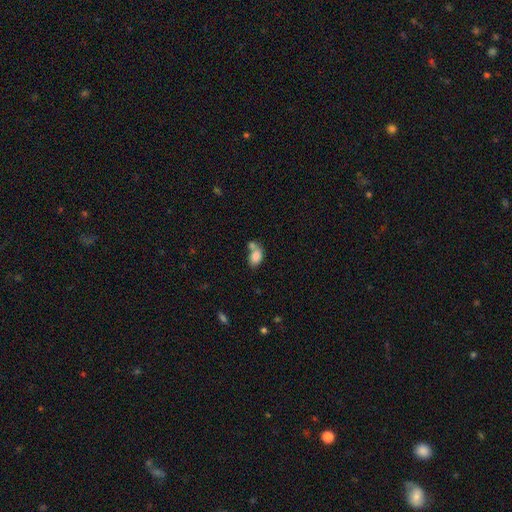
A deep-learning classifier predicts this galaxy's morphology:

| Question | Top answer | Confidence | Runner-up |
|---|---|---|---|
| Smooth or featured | smooth | 82% | featured or disk (10%) |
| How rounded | in between | 84% | round (15%) |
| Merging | merger | 51% | none (30%) |